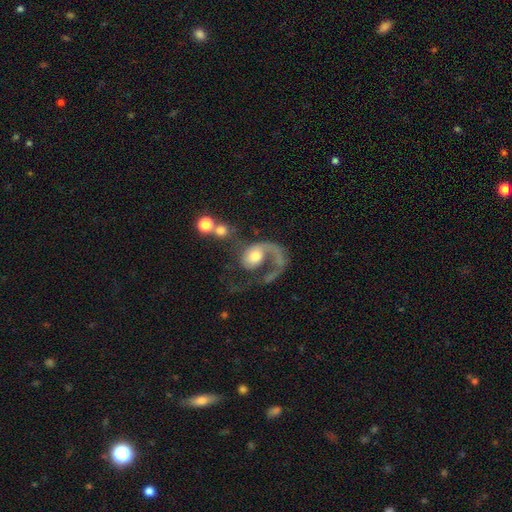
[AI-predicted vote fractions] Smooth or featured?
  - featured or disk: 70% *
  - smooth: 23%
  - star or artifact: 7%
Edge-on disk?
  - no: 97% *
  - yes: 3%
Bar?
  - no: 72% *
  - weak: 22%
  - strong: 5%
Spiral arms?
  - yes: 84% *
  - no: 16%
Spiral winding?
  - loose: 60% *
  - medium: 30%
  - tight: 10%
Spiral arm count?
  - 1: 86% *
  - 2: 8%
  - can't tell: 3%
  - 3: 1%
  - 4: 1%
  - more than 4: 1%
Bulge size?
  - moderate: 54% *
  - large: 23%
  - small: 15%
  - none: 4%
  - dominant: 4%
Merging?
  - major disturbance: 49% *
  - none: 24%
  - merger: 17%
  - minor disturbance: 10%